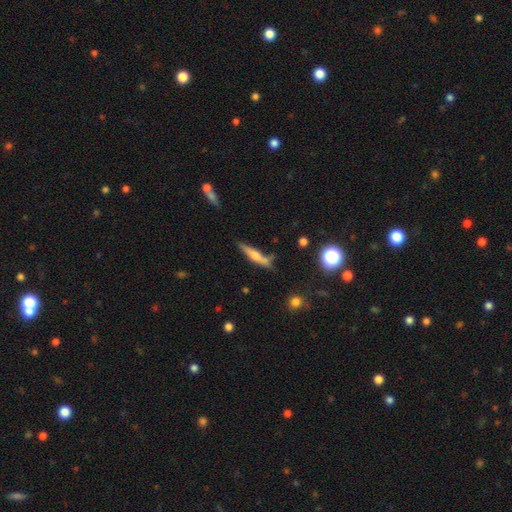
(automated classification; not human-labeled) Smooth or featured: featured or disk — 49% (smooth — 43%)
Merging: none — 68% (minor disturbance — 18%)